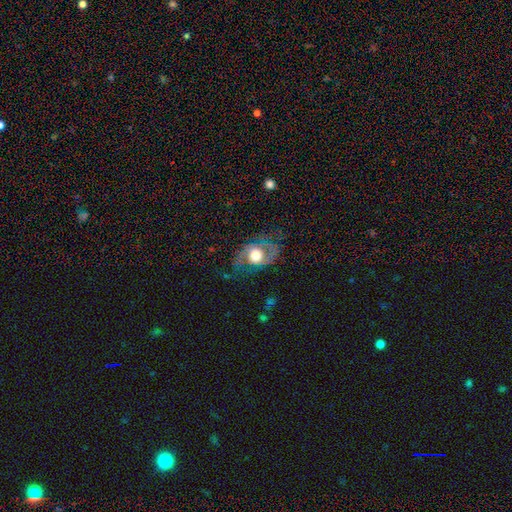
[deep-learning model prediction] Smooth or featured?
  - featured or disk: 71% *
  - smooth: 22%
  - star or artifact: 7%
Edge-on disk?
  - no: 96% *
  - yes: 4%
Bar?
  - no: 75% *
  - weak: 20%
  - strong: 5%
Spiral arms?
  - yes: 81% *
  - no: 19%
Spiral winding?
  - medium: 47% *
  - loose: 32%
  - tight: 21%
Spiral arm count?
  - 2: 85% *
  - can't tell: 6%
  - 1: 5%
  - 3: 2%
  - 4: 1%
  - more than 4: 1%
Bulge size?
  - moderate: 46% *
  - large: 44%
  - dominant: 6%
  - small: 3%
  - none: 1%
Merging?
  - none: 59% *
  - minor disturbance: 22%
  - major disturbance: 18%
  - merger: 2%